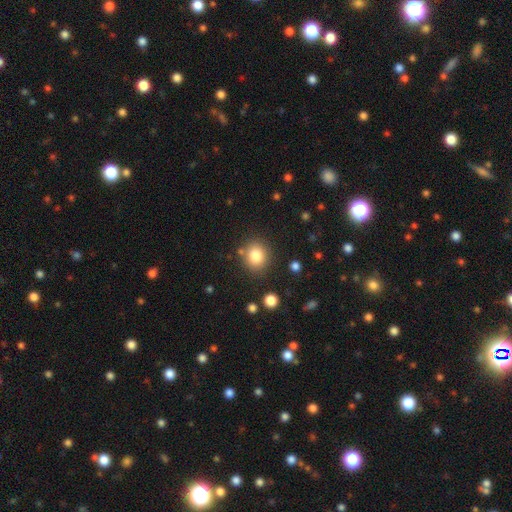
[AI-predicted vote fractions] The model was most divided on "how rounded": round: 81%, in between: 18%, cigar-shaped: 1%. More confident: merging — none (82%); smooth or featured — smooth (82%).